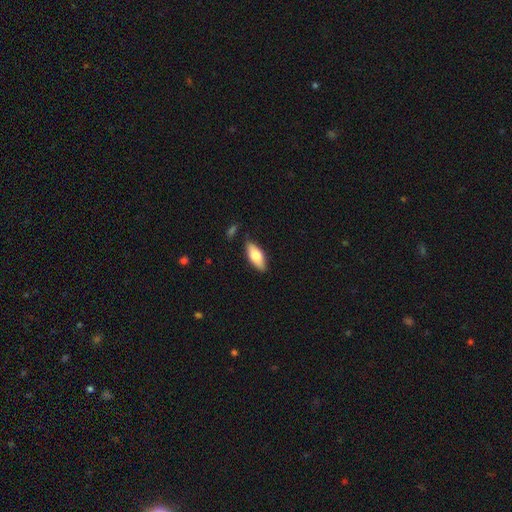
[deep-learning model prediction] Smooth or featured?
  - smooth: 70% *
  - featured or disk: 24%
  - star or artifact: 6%
How rounded?
  - in between: 79% *
  - cigar-shaped: 19%
  - round: 2%
Merging?
  - none: 83% *
  - minor disturbance: 13%
  - major disturbance: 2%
  - merger: 2%